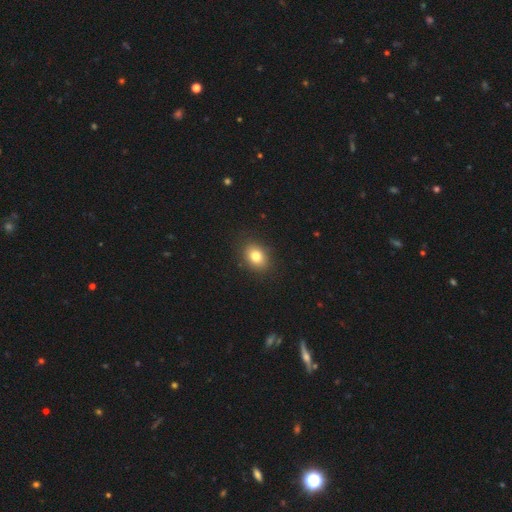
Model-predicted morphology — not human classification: Smooth or featured: smooth — 80% (star or artifact — 11%)
How rounded: in between — 61% (round — 38%)
Merging: none — 88% (minor disturbance — 8%)